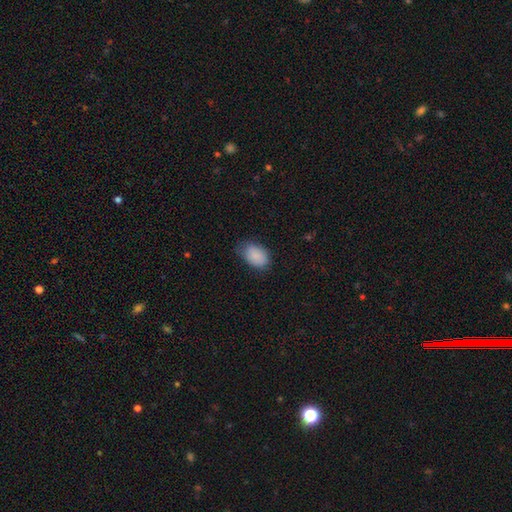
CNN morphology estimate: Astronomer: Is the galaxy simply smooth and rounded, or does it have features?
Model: smooth — 88%.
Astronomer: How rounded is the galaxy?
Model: in between — 85%.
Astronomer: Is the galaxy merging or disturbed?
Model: none — 67%.